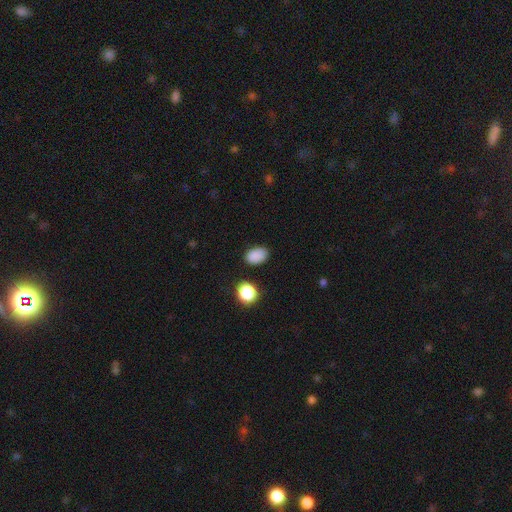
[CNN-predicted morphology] Q: Smooth or featured?
A: smooth (86%); runner-up: star or artifact (11%)
Q: How rounded?
A: in between (83%); runner-up: round (16%)
Q: Merging?
A: none (84%); runner-up: minor disturbance (11%)